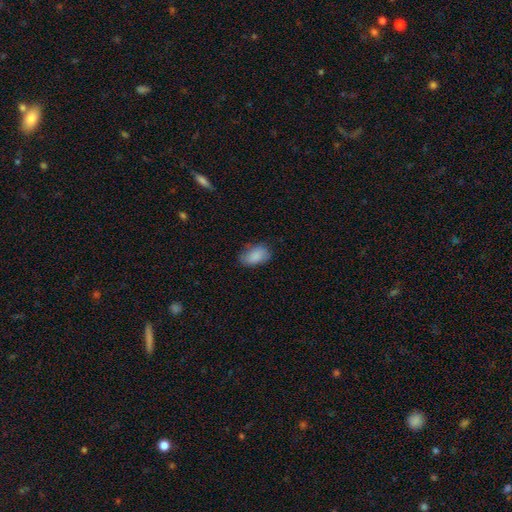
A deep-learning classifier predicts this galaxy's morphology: smooth-or-featured: smooth: 87% | star or artifact: 7% | featured or disk: 6%
  how-rounded: in between: 92% | round: 7% | cigar-shaped: 2%
  merging: none: 73% | minor disturbance: 21% | major disturbance: 5% | merger: 1%